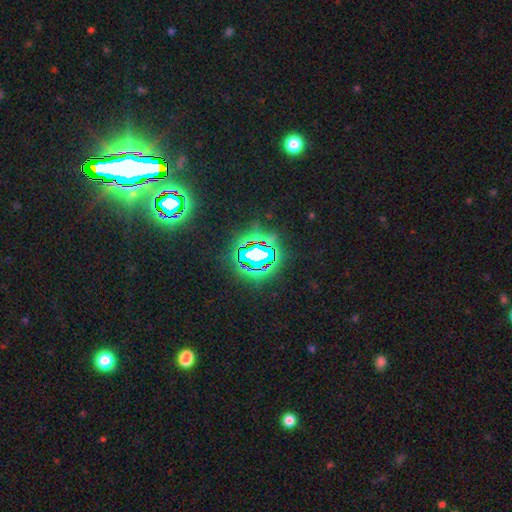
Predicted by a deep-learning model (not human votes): The model was most divided on "smooth or featured": star or artifact: 76%, smooth: 13%, featured or disk: 11%.